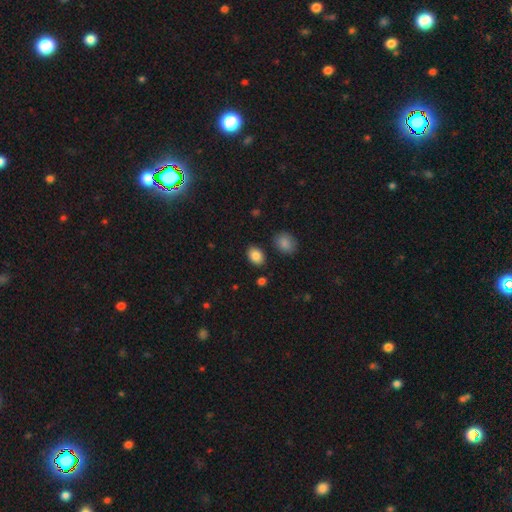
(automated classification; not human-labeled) Smooth or featured?
  - smooth: 87% *
  - star or artifact: 9%
  - featured or disk: 5%
How rounded?
  - in between: 76% *
  - round: 23%
  - cigar-shaped: 1%
Merging?
  - none: 85% *
  - minor disturbance: 9%
  - merger: 3%
  - major disturbance: 2%